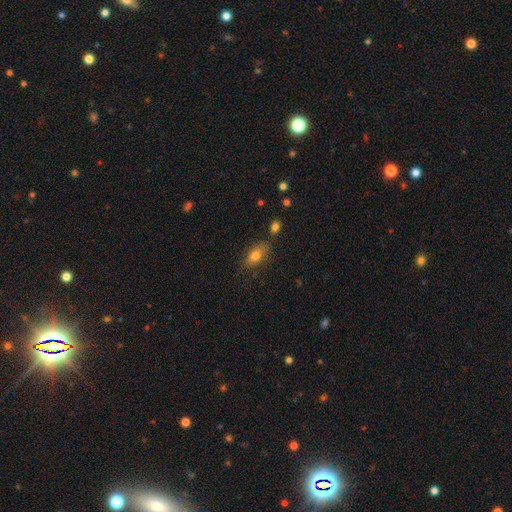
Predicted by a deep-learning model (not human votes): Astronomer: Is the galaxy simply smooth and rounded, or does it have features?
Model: smooth — 74%.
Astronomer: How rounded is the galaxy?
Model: in between — 81%.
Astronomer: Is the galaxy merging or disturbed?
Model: none — 69%.